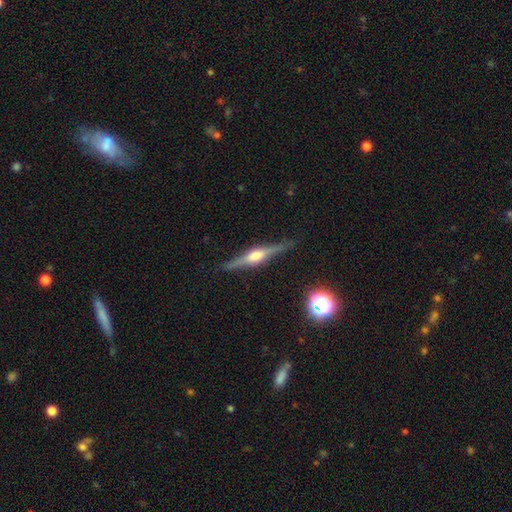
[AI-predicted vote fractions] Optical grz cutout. It shows a featured or disk galaxy (79%) viewed edge-on (98%) with a rounded central bulge (83%). Merging: none (88%).